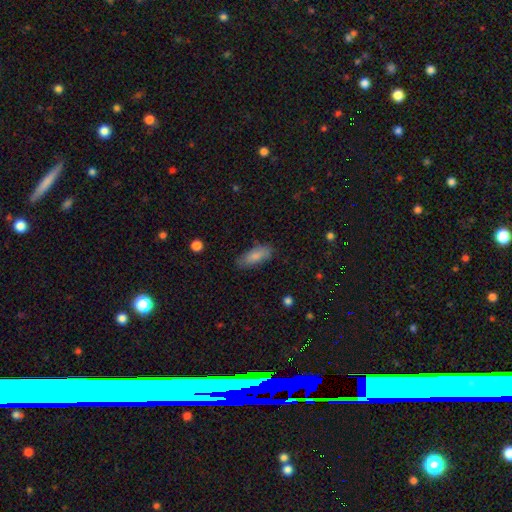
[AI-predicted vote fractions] This is clearly a smooth galaxy (81%). How rounded: likely in between (79%). Merging: likely none (77%).